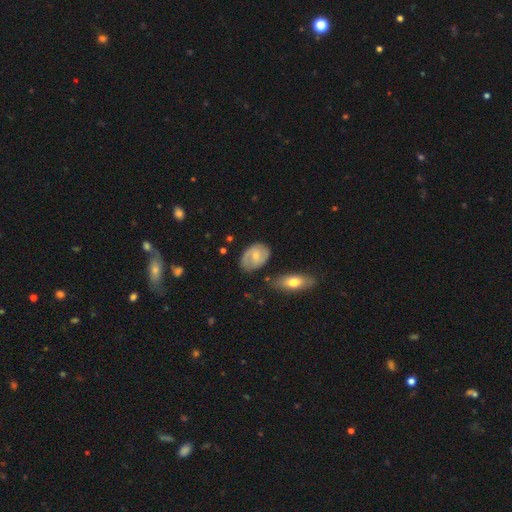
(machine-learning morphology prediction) Smooth or featured: featured or disk — 58% (smooth — 36%)
Edge-on disk: no — 95% (yes — 5%)
Bar: no — 57% (weak — 36%)
Spiral arms: yes — 77% (no — 23%)
Bulge size: small — 54% (moderate — 40%)
Merging: none — 70% (minor disturbance — 20%)